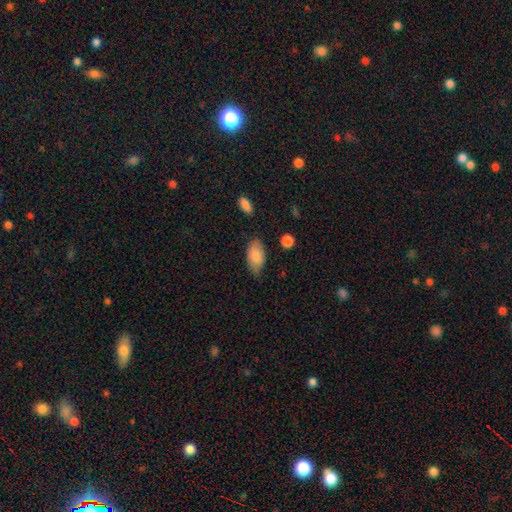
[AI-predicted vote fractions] Overall: smooth (84%). How rounded: in between (93%). Merging: none (73%).